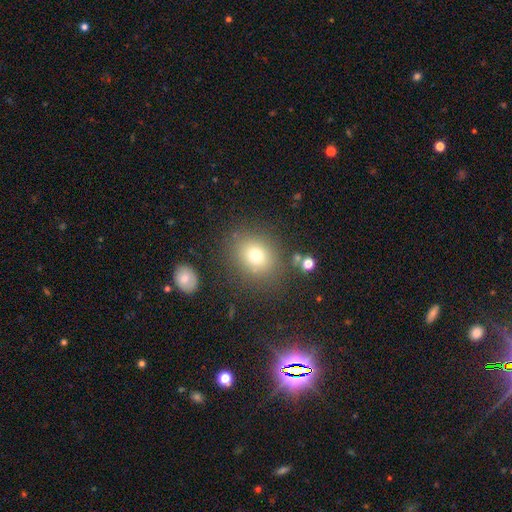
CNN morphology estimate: A smooth galaxy with no disk features (75%) that is round (61%). Merging: none (79%).